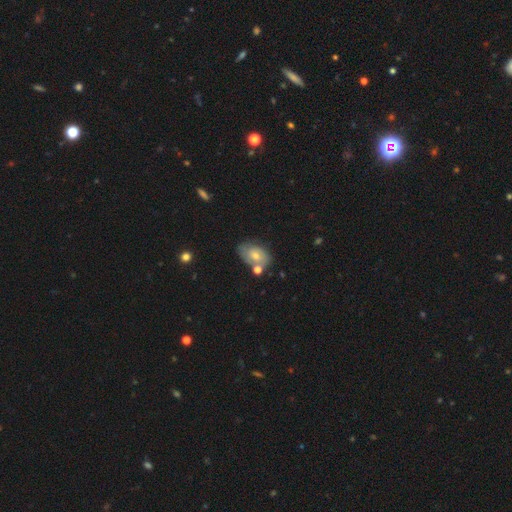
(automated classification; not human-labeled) Overall: smooth (63%; featured or disk 28%). How rounded: in between (85%). Merging: none (54%; minor disturbance 23%).